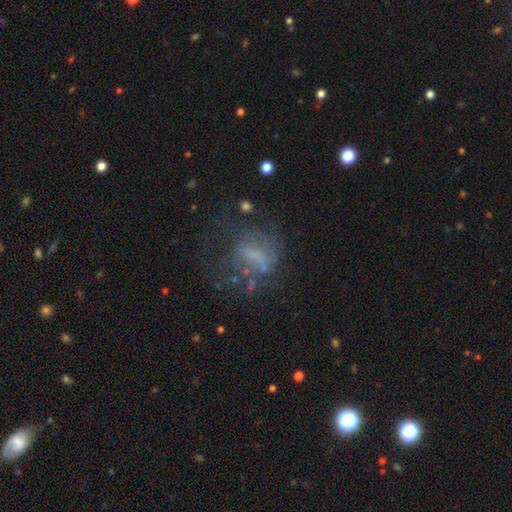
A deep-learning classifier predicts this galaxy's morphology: A featured or disk galaxy (49%). Merging: none (40%).